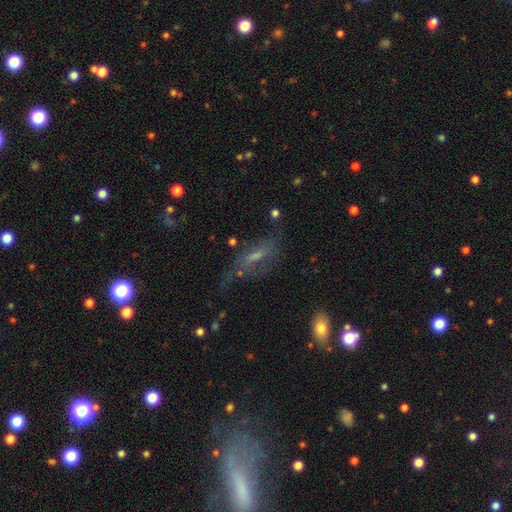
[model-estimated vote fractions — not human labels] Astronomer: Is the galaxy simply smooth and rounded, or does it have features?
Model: featured or disk — 50% (runner-up: smooth, 31%).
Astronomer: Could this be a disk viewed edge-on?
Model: no — 75%.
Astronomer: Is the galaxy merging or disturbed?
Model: none — 48% (runner-up: major disturbance, 25%).